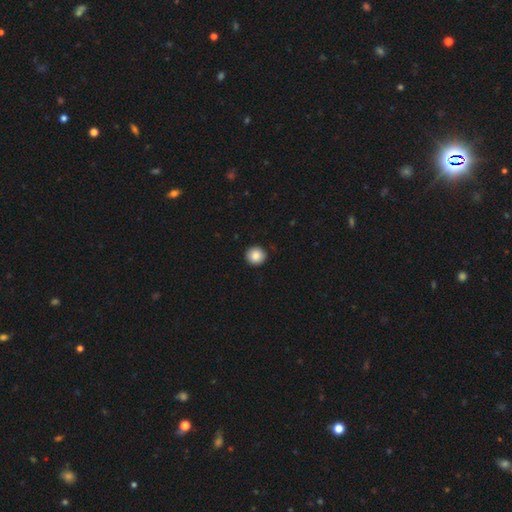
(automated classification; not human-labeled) smooth-or-featured: smooth: 86% | star or artifact: 8% | featured or disk: 5%
  how-rounded: round: 93% | in between: 6% | cigar-shaped: 1%
  merging: none: 92% | minor disturbance: 5% | major disturbance: 1% | merger: 1%